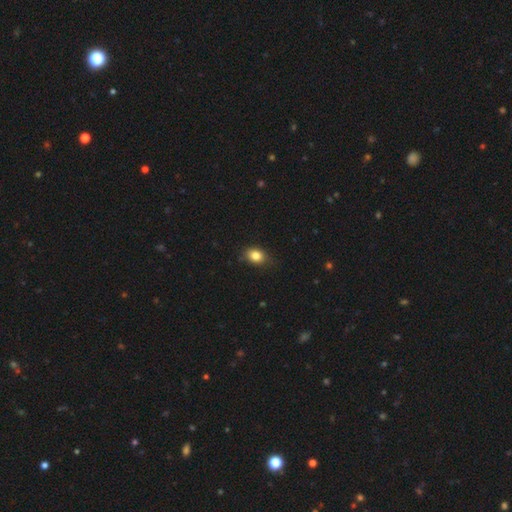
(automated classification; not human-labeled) Overall: smooth (84%). How rounded: in between (67%; round 32%). Merging: none (79%).